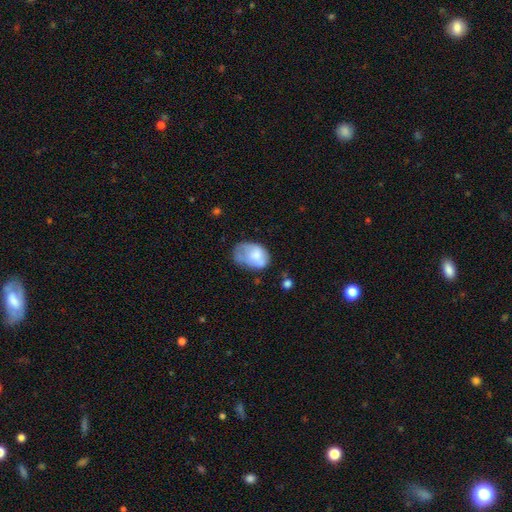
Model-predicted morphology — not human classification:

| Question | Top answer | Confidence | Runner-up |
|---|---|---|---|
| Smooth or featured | smooth | 63% | featured or disk (29%) |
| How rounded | in between | 83% | round (16%) |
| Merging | minor disturbance | 35% | tied: none (35%) |